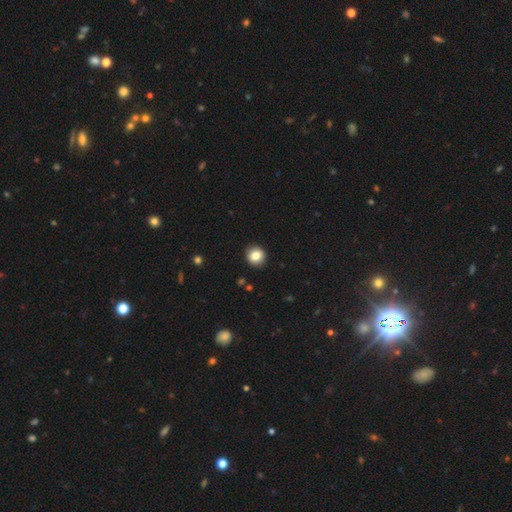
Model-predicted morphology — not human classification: smooth 83%, star or artifact 10%, featured or disk 8%. Down the decision tree: how rounded — round (91%); merging — none (92%).